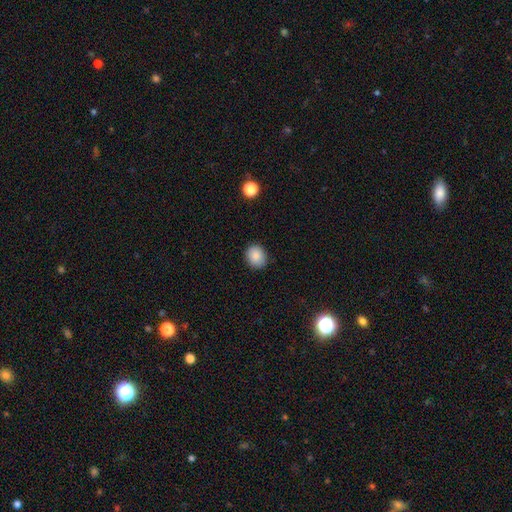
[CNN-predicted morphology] A smooth galaxy with no disk features (87%) that is round (64%).

Vote fractions:
- Smooth or featured? smooth: 87% / star or artifact: 9% / featured or disk: 4%
- How rounded? round: 64% / in between: 36% / cigar-shaped: 1%
- Merging? none: 88% / minor disturbance: 8% / major disturbance: 2% / merger: 1%